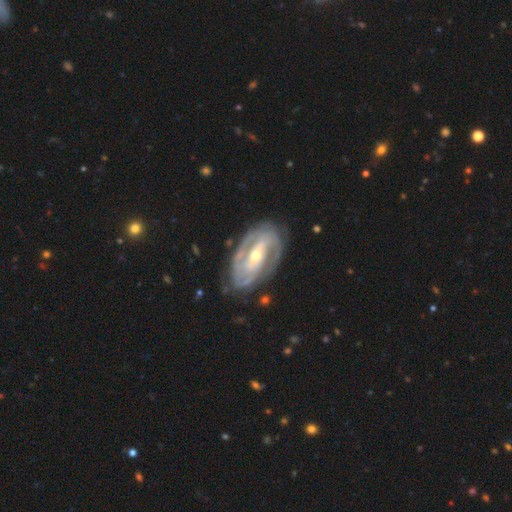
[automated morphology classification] This is clearly a featured or disk galaxy (88%). It is clearly not viewed edge-on (95%). Bar: marginally strong (36%). Spiral arm pattern: clearly yes (92%). Spiral arm count: possibly 2 (55%). Spiral winding: likely tight (63%). Central bulge: possibly moderate (51%). Merging: likely none (74%).